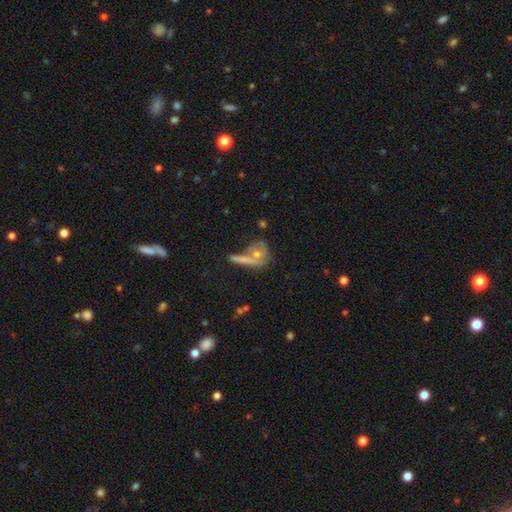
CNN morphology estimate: This is possibly a smooth galaxy (55%). How rounded: possibly round (56%). Merging: possibly none (48%).